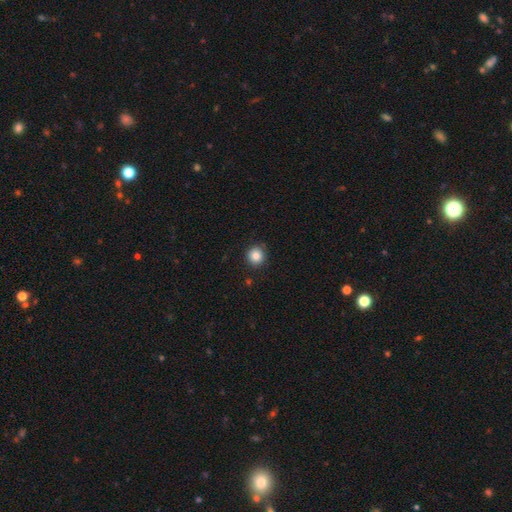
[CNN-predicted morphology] Q: Smooth or featured?
A: smooth (86%); runner-up: star or artifact (10%)
Q: How rounded?
A: round (92%); runner-up: in between (7%)
Q: Merging?
A: none (88%); runner-up: minor disturbance (9%)